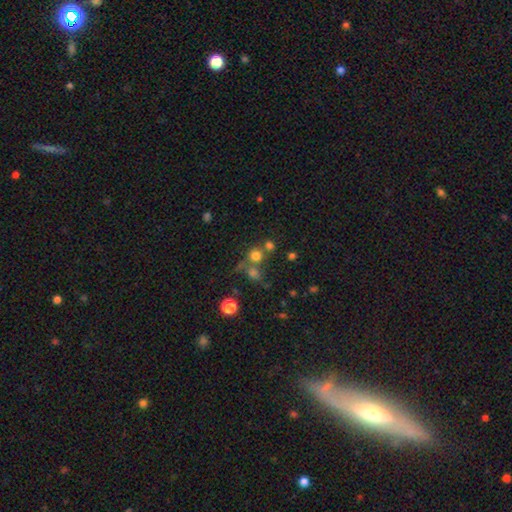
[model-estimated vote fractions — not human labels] This is likely a smooth galaxy (71%). How rounded: clearly round (87%). Merging: possibly none (56%).